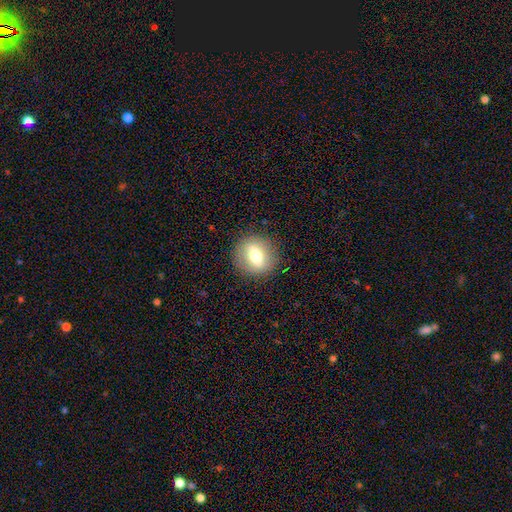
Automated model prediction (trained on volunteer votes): Smooth or featured? smooth (61%)
How rounded? round (82%)
Merging? none (88%)